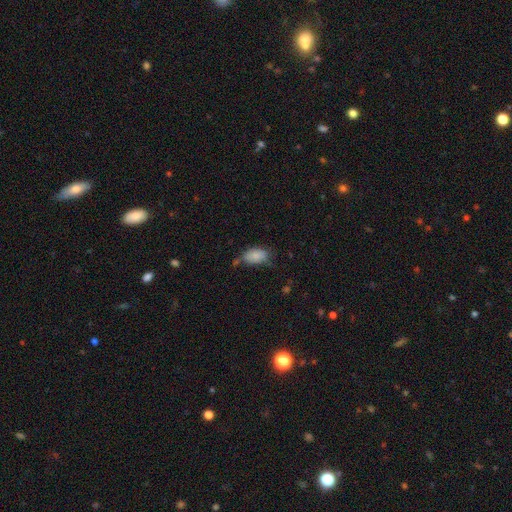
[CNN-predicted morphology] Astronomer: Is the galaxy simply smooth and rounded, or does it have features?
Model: smooth — 84%.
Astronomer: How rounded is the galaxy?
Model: in between — 92%.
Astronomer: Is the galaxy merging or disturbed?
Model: none — 51% (runner-up: minor disturbance, 32%).